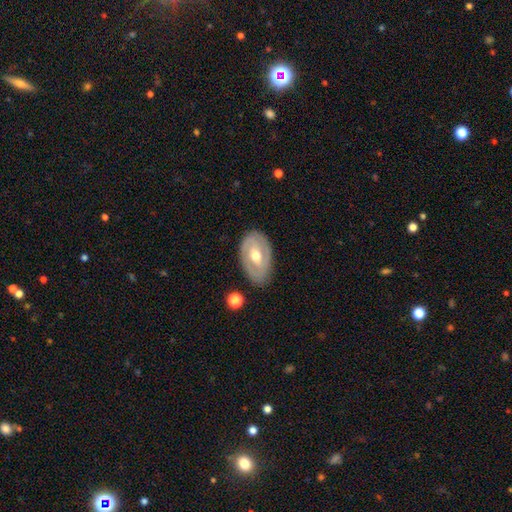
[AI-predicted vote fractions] A featured or disk galaxy (68%) with a weak bar (40%), spiral arms (55%) and a moderate central bulge (74%).

Vote fractions:
- Smooth or featured? featured or disk: 68% / smooth: 26% / star or artifact: 6%
- Edge-on disk? no: 92% / yes: 8%
- Bar? weak: 40% / no: 38% / strong: 21%
- Spiral arms? yes: 55% / no: 45%
- Bulge size? moderate: 74% / small: 19% / large: 5% / dominant: 1% / none: 1%
- Merging? none: 81% / minor disturbance: 13% / major disturbance: 4% / merger: 1%